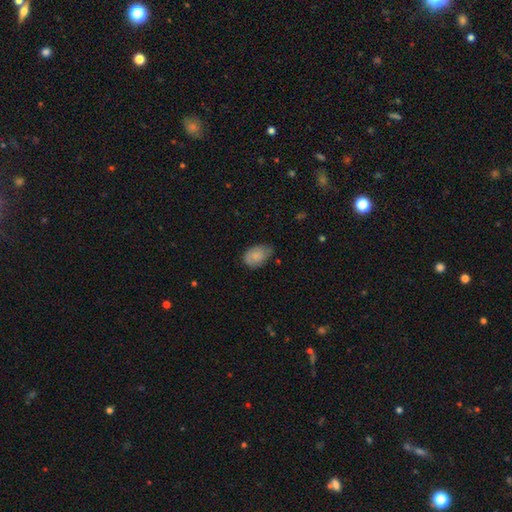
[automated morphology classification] This appears to be a smooth galaxy with no disk features (80%) that is in between round and cigar-shaped (83%). Merging: none (55%).